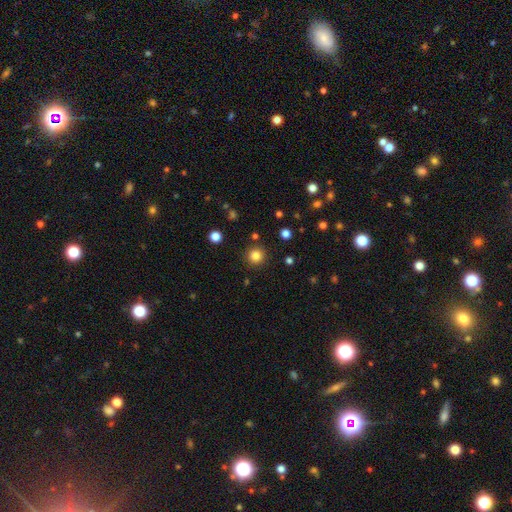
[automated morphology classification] This is clearly a smooth galaxy (83%). How rounded: clearly round (95%). Merging: clearly none (90%).